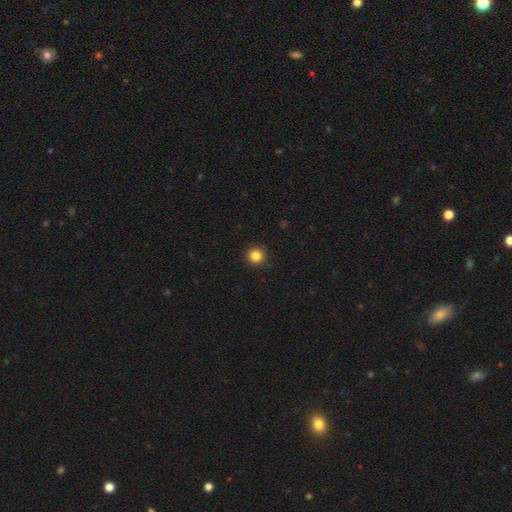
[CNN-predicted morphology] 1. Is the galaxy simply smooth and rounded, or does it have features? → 84% smooth, 11% star or artifact, 4% featured or disk.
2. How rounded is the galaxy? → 95% round, 4% in between, 1% cigar-shaped.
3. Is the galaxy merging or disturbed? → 92% none, 6% minor disturbance, 2% major disturbance, 1% merger.